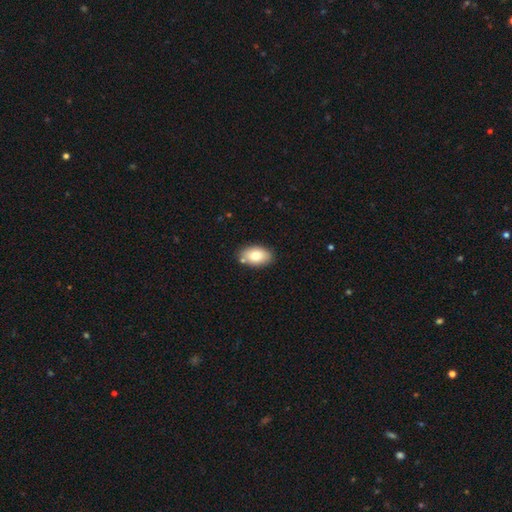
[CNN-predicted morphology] The model was most divided on "smooth or featured": smooth: 79%, featured or disk: 13%, star or artifact: 7%. More confident: how rounded — in between (91%); merging — none (81%).